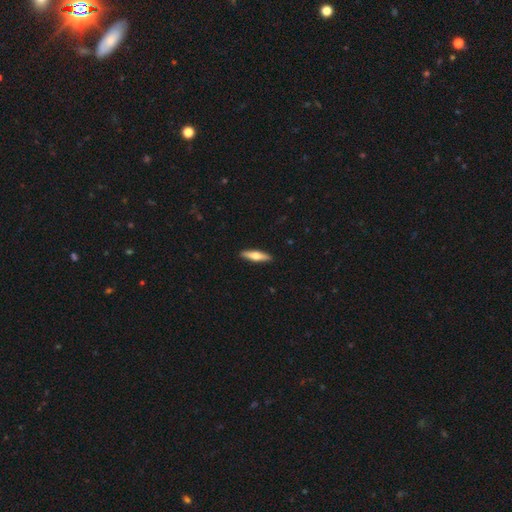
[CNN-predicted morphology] A smooth galaxy with no disk features (53%) that is cigar-shaped (72%).

Vote fractions:
- Smooth or featured? smooth: 53% / featured or disk: 42% / star or artifact: 5%
- How rounded? cigar-shaped: 72% / in between: 27% / round: 2%
- Merging? none: 91% / minor disturbance: 6% / major disturbance: 1% / merger: 1%